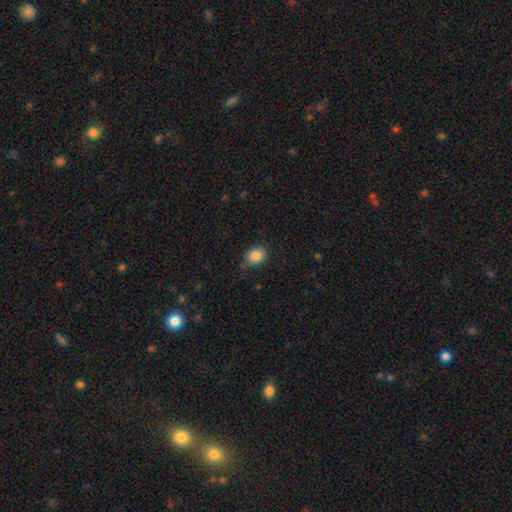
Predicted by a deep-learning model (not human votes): Smooth or featured? Predicted: smooth (p=0.86). How rounded? Predicted: in between (p=0.52). Merging? Predicted: none (p=0.81).